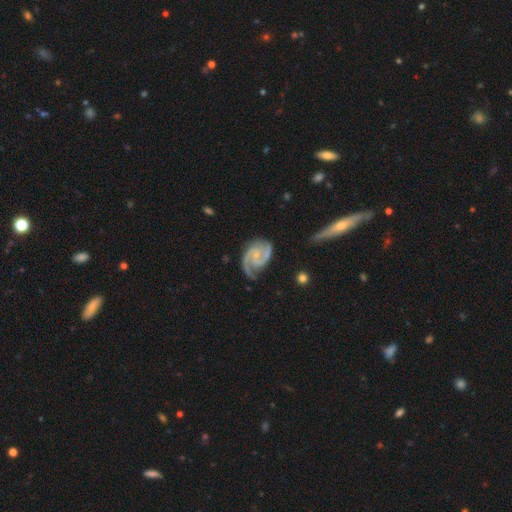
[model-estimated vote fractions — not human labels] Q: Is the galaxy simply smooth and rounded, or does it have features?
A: featured or disk — 92%.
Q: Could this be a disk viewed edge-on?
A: no — 98%.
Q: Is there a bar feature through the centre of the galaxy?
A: no — 53%.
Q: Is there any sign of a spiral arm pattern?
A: yes — 98%.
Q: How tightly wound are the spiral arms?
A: medium — 52%.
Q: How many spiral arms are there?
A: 2 — 86%.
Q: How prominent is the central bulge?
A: small — 64%.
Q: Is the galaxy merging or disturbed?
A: none — 71%.